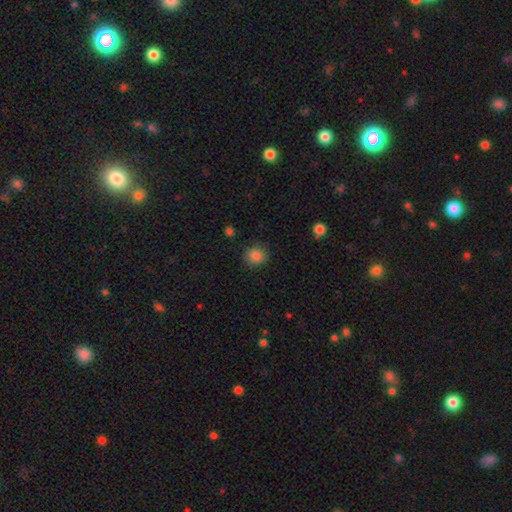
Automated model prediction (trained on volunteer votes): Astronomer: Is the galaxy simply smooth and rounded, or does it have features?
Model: smooth — 86%.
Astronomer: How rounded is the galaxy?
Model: round — 85%.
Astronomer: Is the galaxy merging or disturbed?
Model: none — 86%.